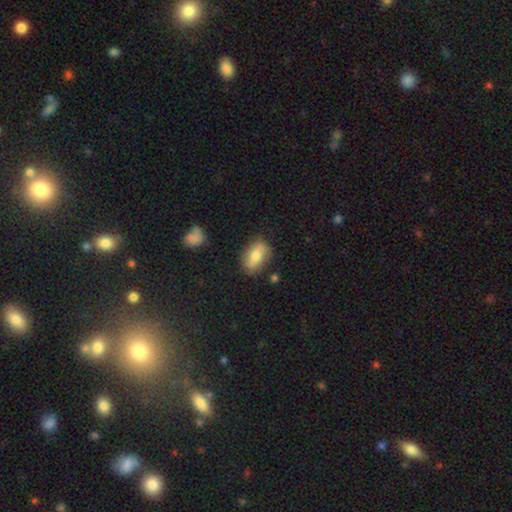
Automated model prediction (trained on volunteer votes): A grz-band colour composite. It shows a smooth galaxy with no disk features (58%) that is in between round and cigar-shaped (82%). Merging: none (75%).